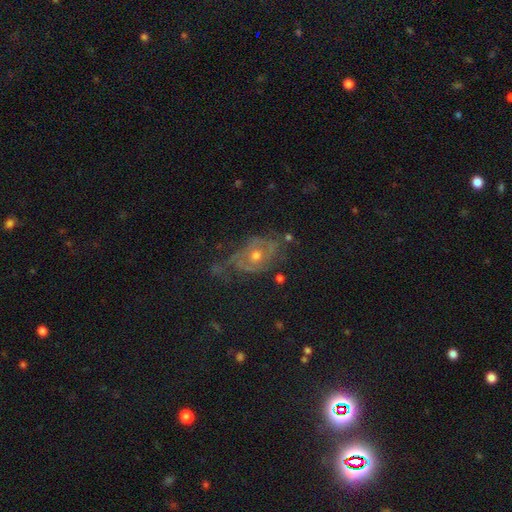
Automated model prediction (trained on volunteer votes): featured or disk 67%, smooth 18%, star or artifact 16%. Down the decision tree: edge-on disk — no (93%); bar — no (80%); spiral arms — yes (69%); bulge size — moderate (66%); merging — none (55%).